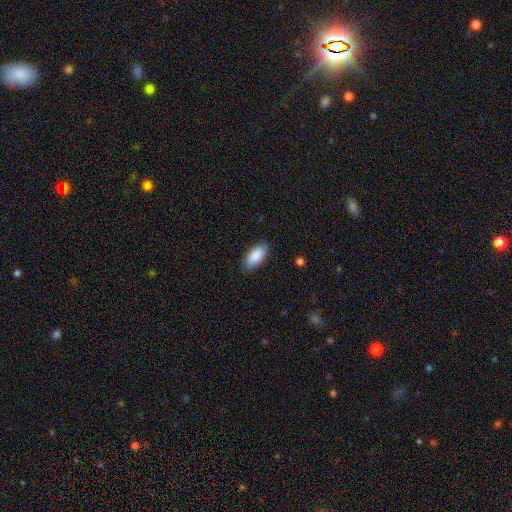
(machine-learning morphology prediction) A smooth galaxy with no disk features (88%) that is in between round and cigar-shaped (91%). Merging: none (86%).